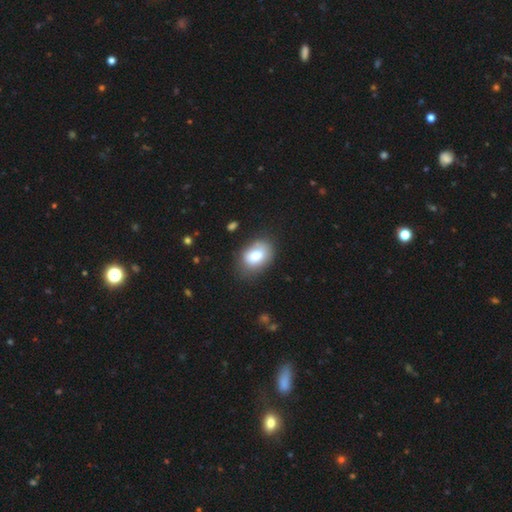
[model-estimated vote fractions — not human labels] Overall: smooth (78%). How rounded: in between (77%). Merging: none (72%).